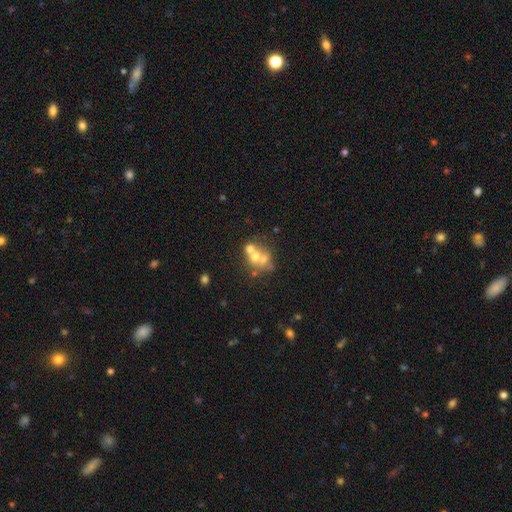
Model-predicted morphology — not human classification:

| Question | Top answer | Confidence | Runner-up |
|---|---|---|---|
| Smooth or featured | smooth | 50% | featured or disk (35%) |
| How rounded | round | 70% | in between (29%) |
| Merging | merger | 52% | none (34%) |